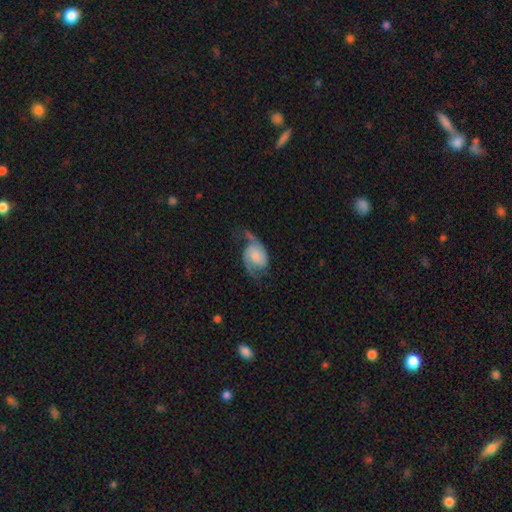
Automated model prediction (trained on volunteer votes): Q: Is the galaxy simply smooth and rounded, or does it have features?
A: featured or disk — 75%.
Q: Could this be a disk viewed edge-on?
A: no — 97%.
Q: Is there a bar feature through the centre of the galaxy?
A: no — 69%.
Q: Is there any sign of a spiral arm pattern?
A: yes — 94%.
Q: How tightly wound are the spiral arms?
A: loose — 48%.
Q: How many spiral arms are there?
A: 2 — 88%.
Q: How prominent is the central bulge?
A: small — 34%.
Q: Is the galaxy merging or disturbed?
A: none — 47%.